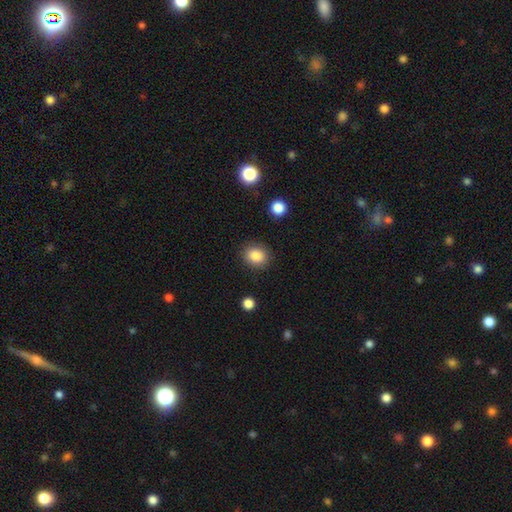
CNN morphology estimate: Smooth or featured: smooth — 86% (star or artifact — 9%)
How rounded: round — 65% (in between — 34%)
Merging: none — 87% (minor disturbance — 8%)